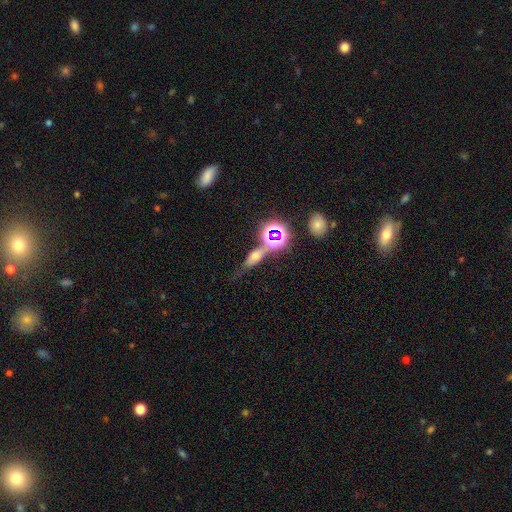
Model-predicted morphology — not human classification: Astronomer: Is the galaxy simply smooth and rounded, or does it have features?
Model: smooth — 44% (runner-up: star or artifact, 31%).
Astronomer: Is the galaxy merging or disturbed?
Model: none — 57%.